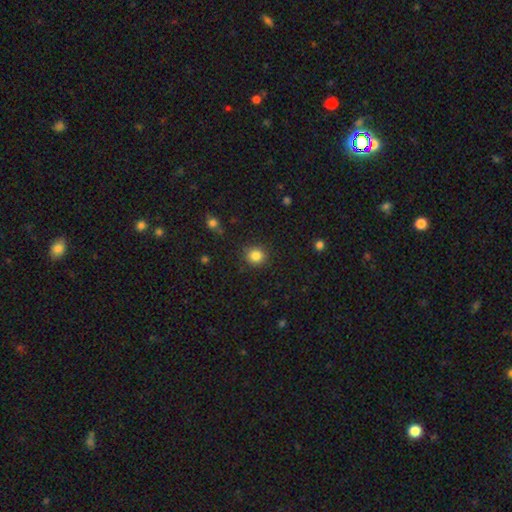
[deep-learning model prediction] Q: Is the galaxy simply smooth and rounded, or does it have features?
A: smooth — 84%.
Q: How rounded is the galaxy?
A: round — 89%.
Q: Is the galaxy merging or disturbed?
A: none — 89%.